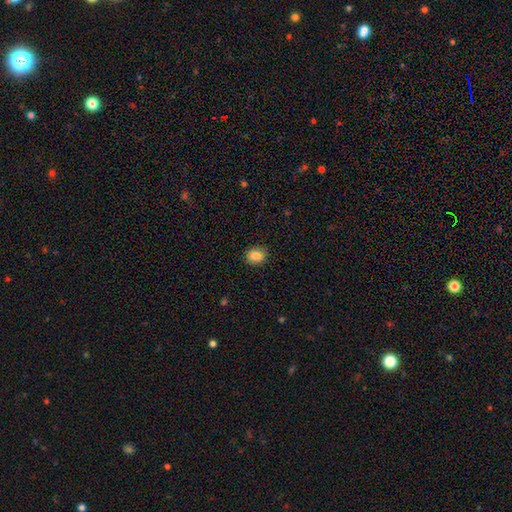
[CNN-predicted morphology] Overall: smooth (86%). How rounded: round (50%; in between 49%). Merging: none (88%).